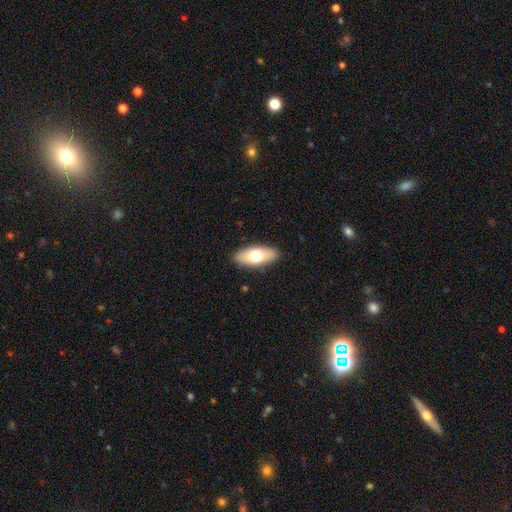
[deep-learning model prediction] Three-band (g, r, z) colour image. It shows a smooth galaxy with no disk features (69%) that is in between round and cigar-shaped (84%). Merging: none (89%).